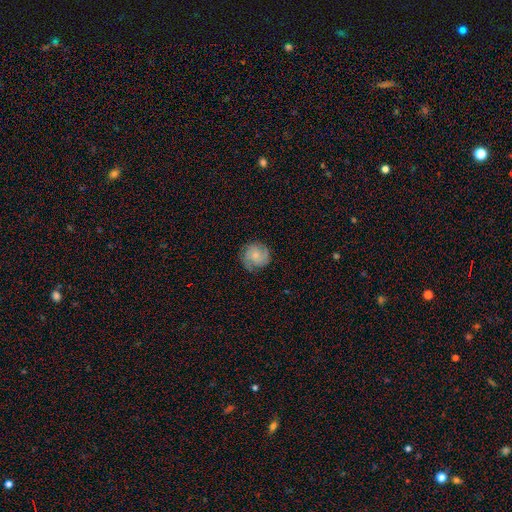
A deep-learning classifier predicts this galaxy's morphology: smooth_or_featured: featured or disk (p=0.50) [alt: smooth p=0.42]
disk_edge_on: no (p=0.98) [alt: yes p=0.02]
merging: none (p=0.76) [alt: minor disturbance p=0.18]